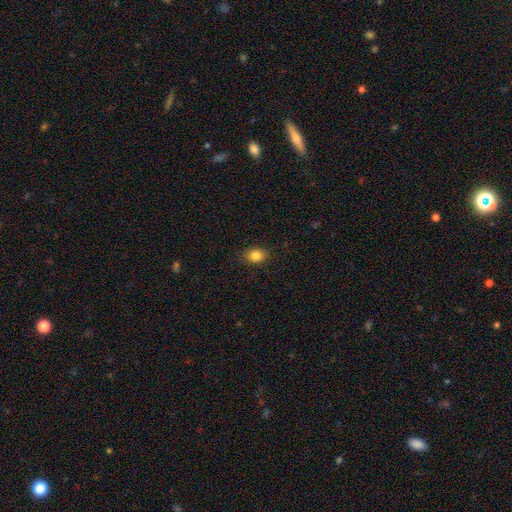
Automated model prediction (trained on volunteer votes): smooth_or_featured: smooth (p=0.85) [alt: star or artifact p=0.10]
how_rounded: in between (p=0.53) [alt: round p=0.46]
merging: none (p=0.85) [alt: minor disturbance p=0.11]